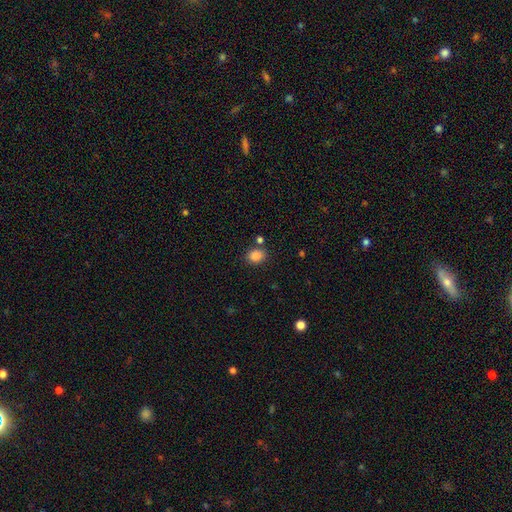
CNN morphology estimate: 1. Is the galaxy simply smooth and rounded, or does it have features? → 86% smooth, 10% star or artifact, 4% featured or disk.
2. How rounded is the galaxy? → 53% in between, 46% round, 1% cigar-shaped.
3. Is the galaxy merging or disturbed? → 78% none, 11% minor disturbance, 8% merger, 3% major disturbance.